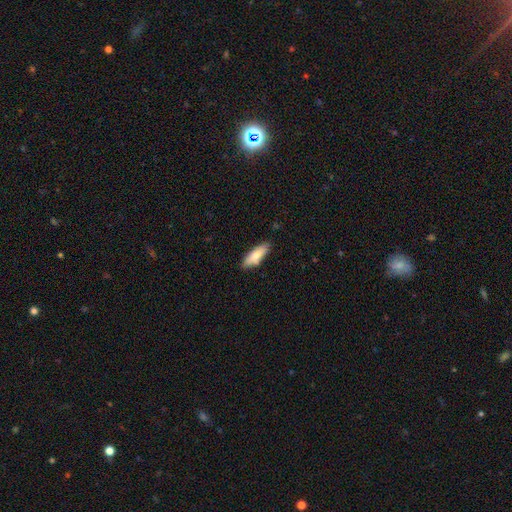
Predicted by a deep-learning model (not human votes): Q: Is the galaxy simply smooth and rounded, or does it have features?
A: smooth — 80%.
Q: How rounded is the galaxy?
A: cigar-shaped — 50%.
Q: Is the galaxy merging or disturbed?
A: none — 84%.